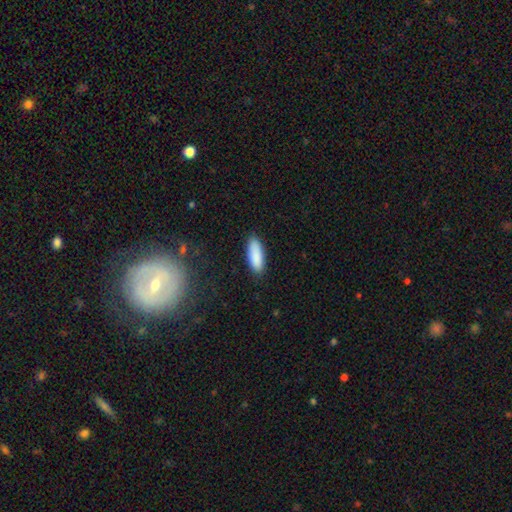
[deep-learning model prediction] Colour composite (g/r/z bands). It shows a smooth galaxy with no disk features (89%) that is in between round and cigar-shaped (67%). Merging: none (88%).